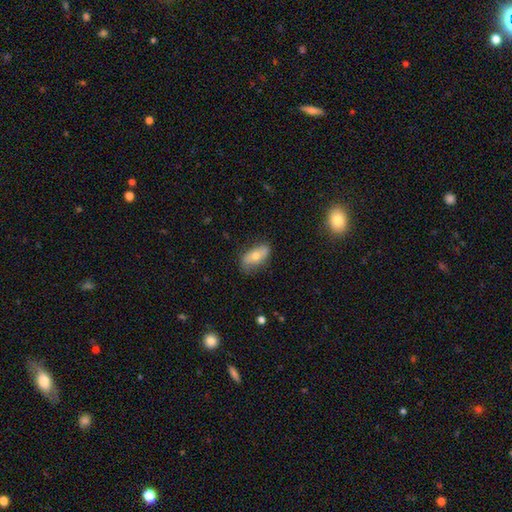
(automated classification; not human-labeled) This appears to be a smooth galaxy with no disk features (60%) that is in between round and cigar-shaped (87%). Merging: none (75%).